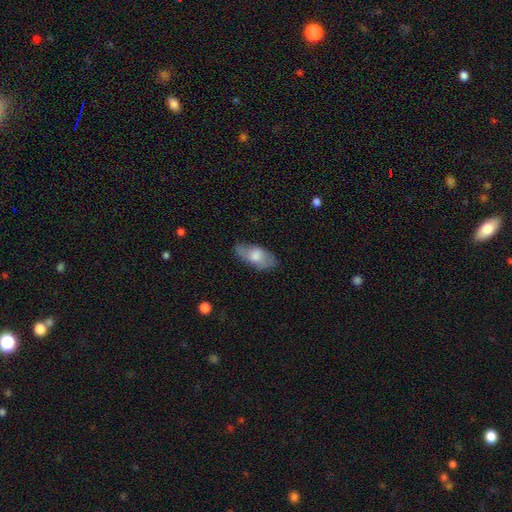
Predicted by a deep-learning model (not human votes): Smooth or featured? smooth (67%)
How rounded? in between (86%)
Merging? none (73%)